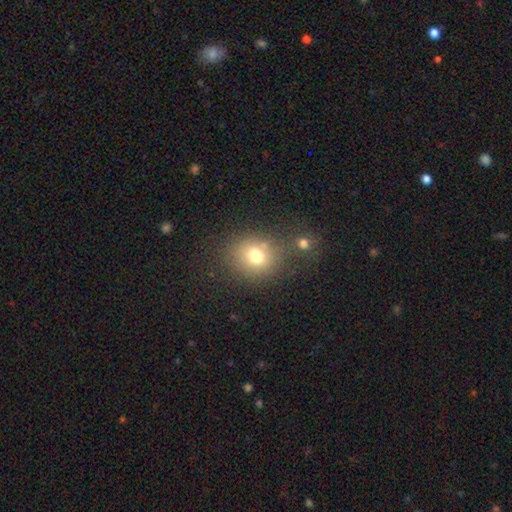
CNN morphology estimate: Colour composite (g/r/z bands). It shows a smooth galaxy with no disk features (74%) that is round (72%). Merging: none (65%).